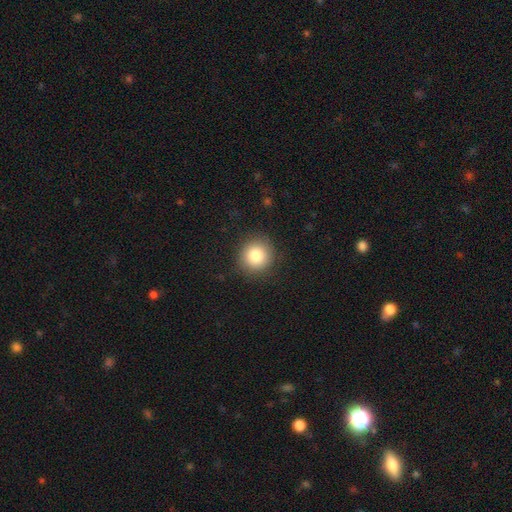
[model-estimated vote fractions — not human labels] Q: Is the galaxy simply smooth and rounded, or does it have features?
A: smooth — 83%.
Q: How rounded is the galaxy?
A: round — 92%.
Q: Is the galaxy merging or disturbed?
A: none — 90%.